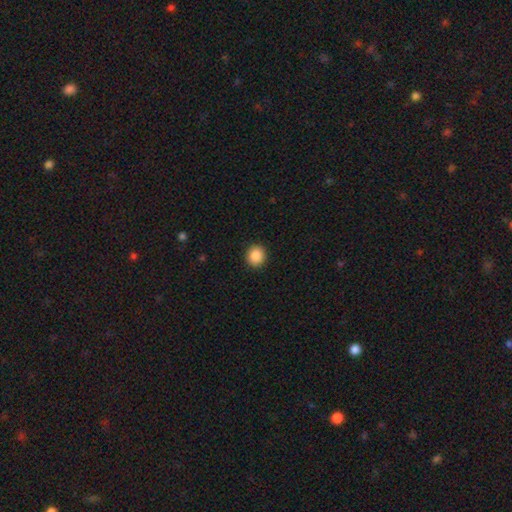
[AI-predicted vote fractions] smooth_or_featured: smooth (p=0.88) [alt: star or artifact p=0.09]
how_rounded: round (p=0.88) [alt: in between p=0.12]
merging: none (p=0.92) [alt: minor disturbance p=0.06]